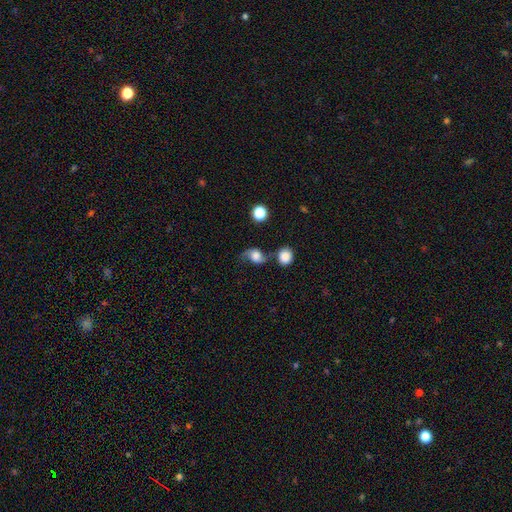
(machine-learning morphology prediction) Smooth or featured: smooth — 53% (featured or disk — 35%)
How rounded: in between — 51% (round — 47%)
Merging: none — 48% (minor disturbance — 25%)